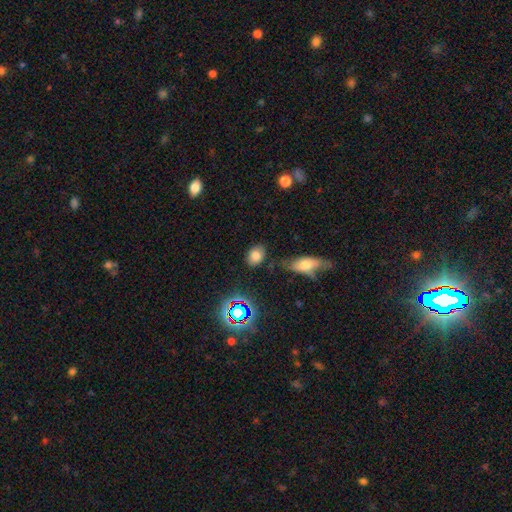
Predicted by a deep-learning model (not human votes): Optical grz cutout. It shows a smooth galaxy with no disk features (75%) that is in between round and cigar-shaped (68%). Merging: none (79%).